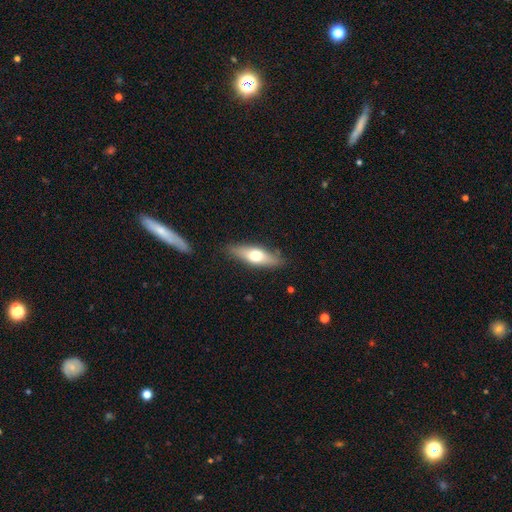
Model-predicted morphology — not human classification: A smooth galaxy with no disk features (54%) that is cigar-shaped (49%). Merging: none (85%).